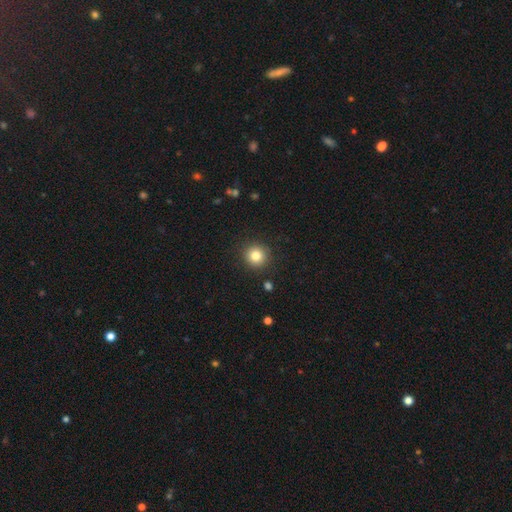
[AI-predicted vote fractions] A smooth galaxy with no disk features (82%) that is round (93%).

Vote fractions:
- Smooth or featured? smooth: 82% / star or artifact: 11% / featured or disk: 7%
- How rounded? round: 93% / in between: 6% / cigar-shaped: 1%
- Merging? none: 90% / minor disturbance: 6% / major disturbance: 2% / merger: 1%